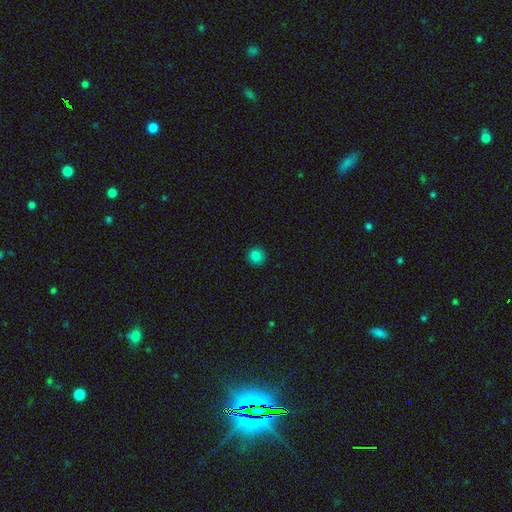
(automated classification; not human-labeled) A smooth galaxy with no disk features (83%) that is round (94%). Merging: none (91%).